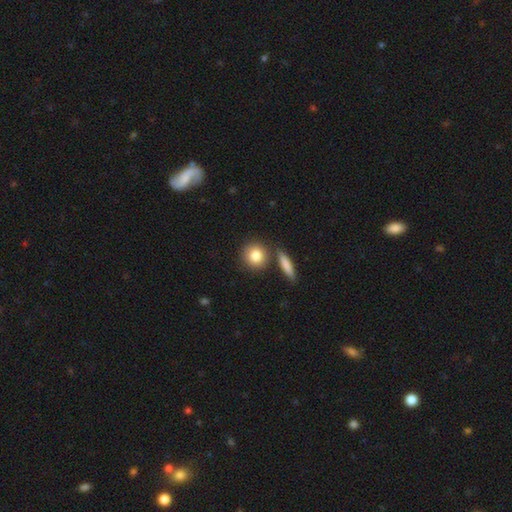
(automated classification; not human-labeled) This appears to be a smooth galaxy with no disk features (83%) that is round (84%). Merging: none (75%).